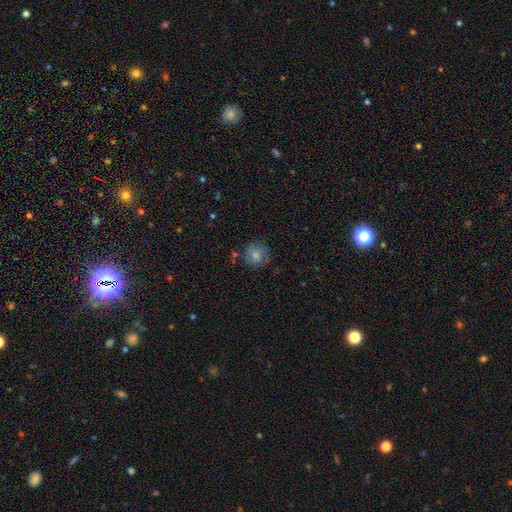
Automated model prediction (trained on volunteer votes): smooth-or-featured: smooth: 72% | star or artifact: 16% | featured or disk: 12%
  how-rounded: round: 89% | in between: 10% | cigar-shaped: 1%
  merging: none: 80% | minor disturbance: 14% | major disturbance: 4% | merger: 3%